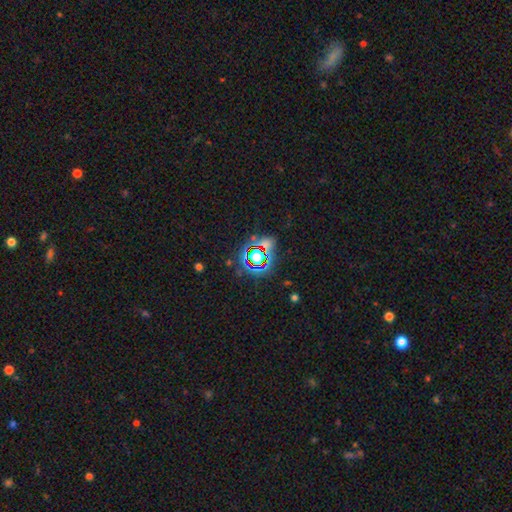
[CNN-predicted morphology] smooth-or-featured: star or artifact: 67% | smooth: 23% | featured or disk: 10%